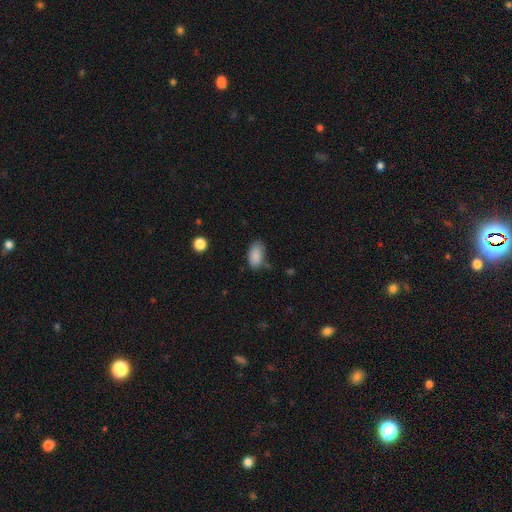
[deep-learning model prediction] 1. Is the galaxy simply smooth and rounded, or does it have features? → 87% smooth, 8% star or artifact, 5% featured or disk.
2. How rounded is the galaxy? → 93% in between, 5% round, 2% cigar-shaped.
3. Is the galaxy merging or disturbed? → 68% none, 24% minor disturbance, 5% major disturbance, 3% merger.